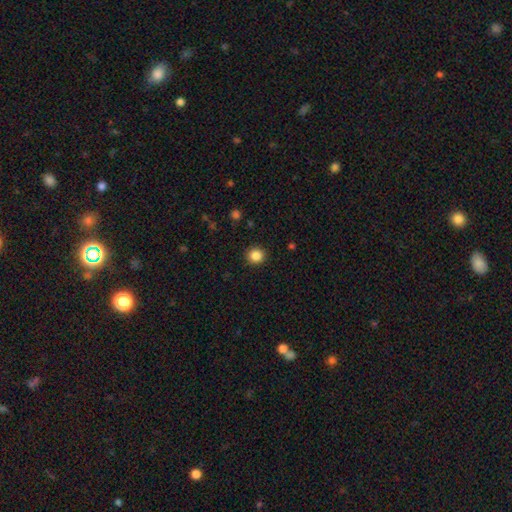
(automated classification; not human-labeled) A smooth galaxy with no disk features (86%) that is round (91%). Merging: none (91%).